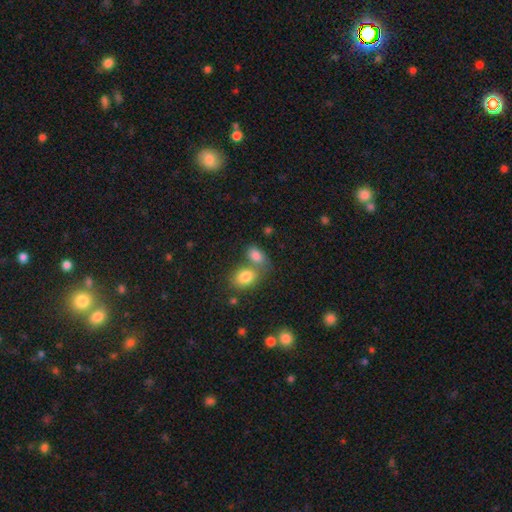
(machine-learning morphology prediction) smooth_or_featured: smooth (p=0.82) [alt: star or artifact p=0.09]
how_rounded: in between (p=0.85) [alt: round p=0.13]
merging: merger (p=0.48) [alt: none p=0.39]